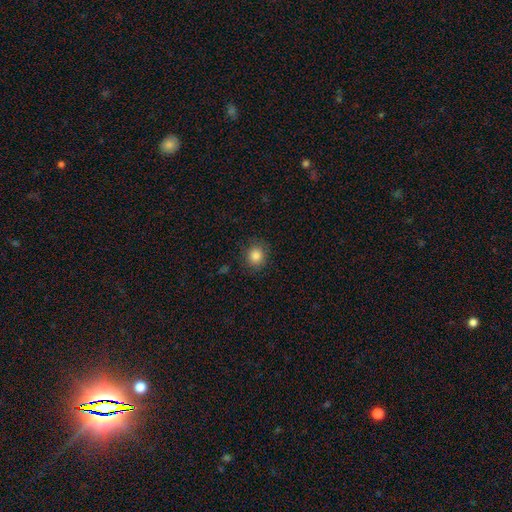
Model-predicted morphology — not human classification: smooth 85%, star or artifact 11%, featured or disk 5%. Down the decision tree: how rounded — round (84%); merging — none (87%).